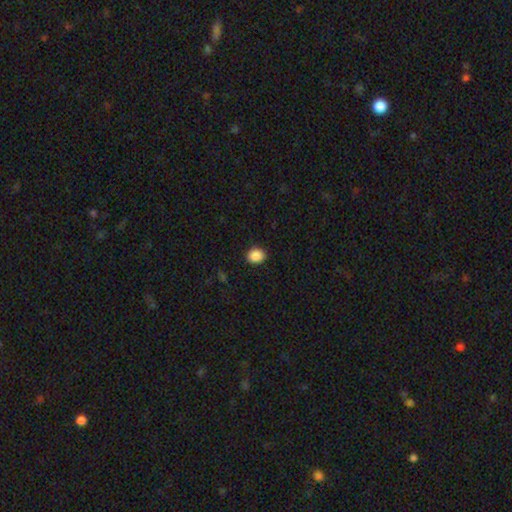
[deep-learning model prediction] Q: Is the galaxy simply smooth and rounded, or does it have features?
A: smooth — 89%.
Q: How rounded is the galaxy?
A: round — 60%.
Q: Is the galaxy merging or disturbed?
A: none — 90%.